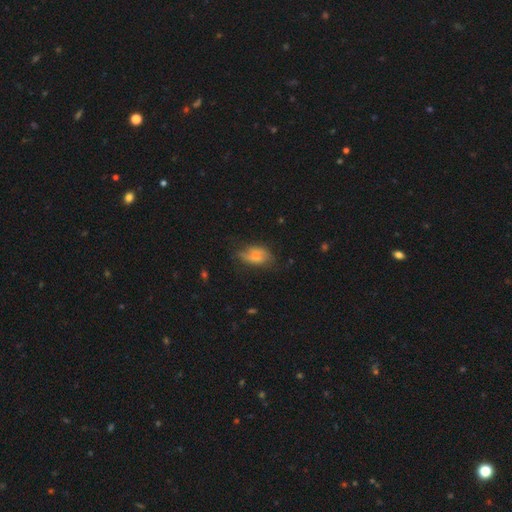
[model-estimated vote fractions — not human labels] A smooth galaxy with no disk features (66%) that is in between round and cigar-shaped (88%). Merging: none (43%).